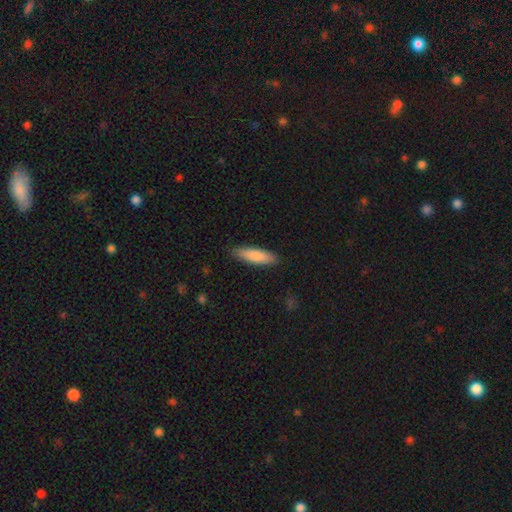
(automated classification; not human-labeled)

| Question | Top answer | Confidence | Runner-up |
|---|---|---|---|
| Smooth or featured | smooth | 83% | featured or disk (12%) |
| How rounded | cigar-shaped | 62% | in between (36%) |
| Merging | none | 88% | minor disturbance (9%) |